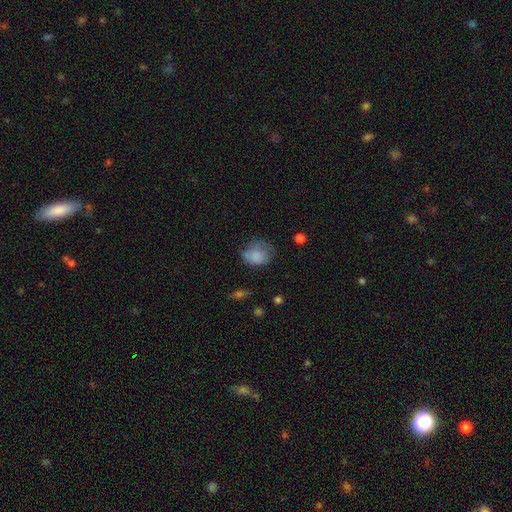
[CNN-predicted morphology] This is likely a smooth galaxy (74%). How rounded: possibly in between (51%). Merging: marginally none (42%).